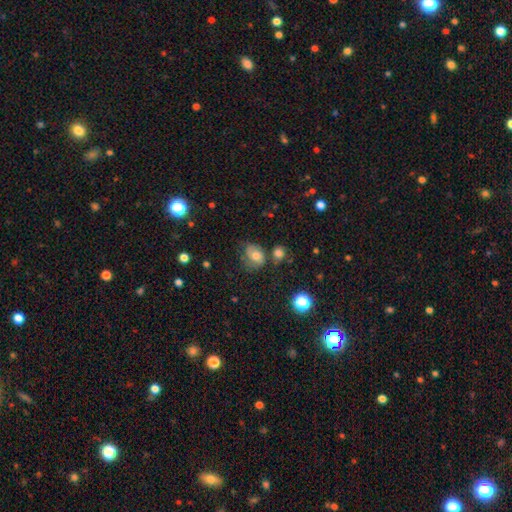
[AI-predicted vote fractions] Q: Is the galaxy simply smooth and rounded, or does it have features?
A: smooth — 63%.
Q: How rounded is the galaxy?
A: round — 54%.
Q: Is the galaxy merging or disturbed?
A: none — 45%.